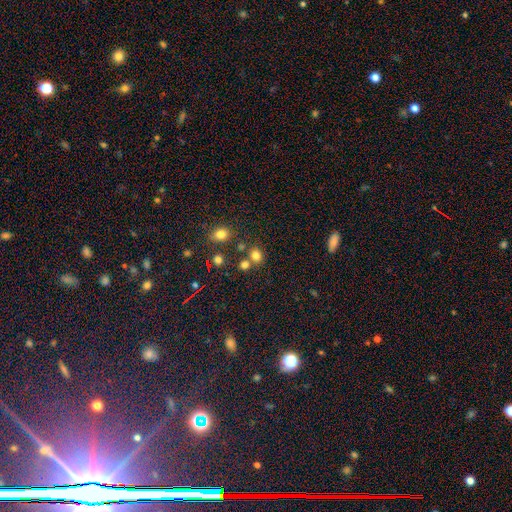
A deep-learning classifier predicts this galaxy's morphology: Smooth or featured? smooth (78%)
How rounded? round (67%)
Merging? none (64%)